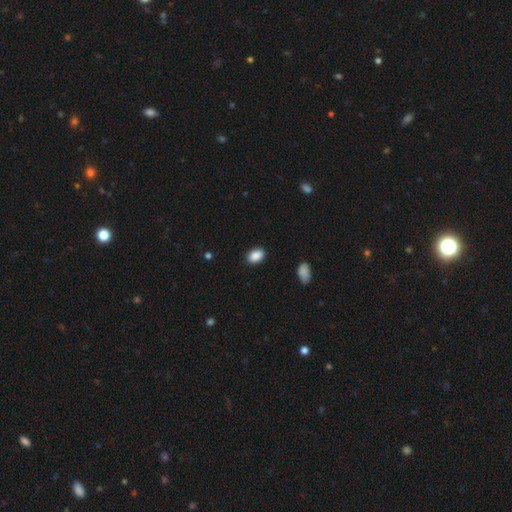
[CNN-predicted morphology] smooth-or-featured: smooth: 89% | star or artifact: 8% | featured or disk: 3%
  how-rounded: in between: 84% | round: 15% | cigar-shaped: 1%
  merging: none: 86% | minor disturbance: 10% | major disturbance: 2% | merger: 1%